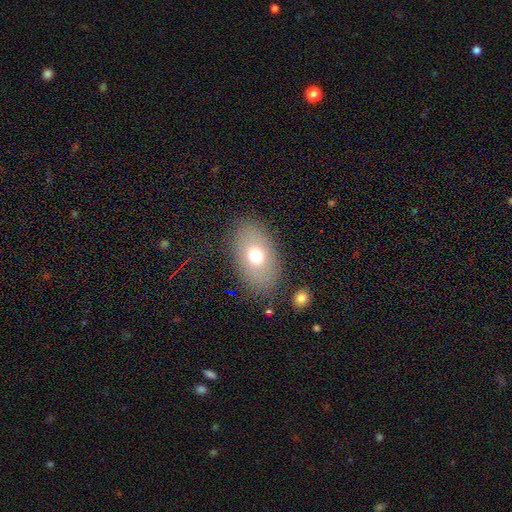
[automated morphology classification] A smooth galaxy with no disk features (69%) that is in between round and cigar-shaped (86%).

Vote fractions:
- Smooth or featured? smooth: 69% / featured or disk: 20% / star or artifact: 11%
- How rounded? in between: 86% / round: 13% / cigar-shaped: 1%
- Merging? none: 82% / minor disturbance: 11% / major disturbance: 5% / merger: 2%